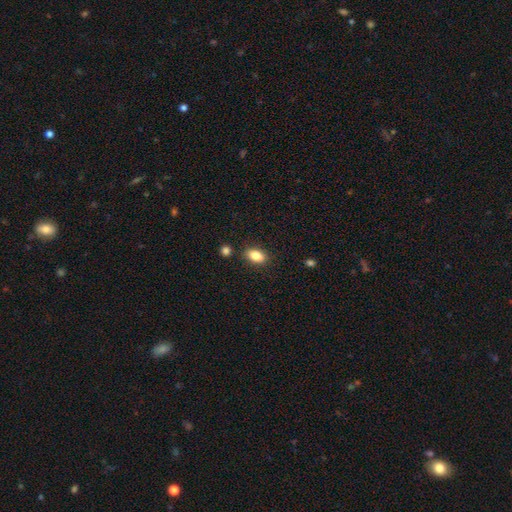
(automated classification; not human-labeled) This is clearly a smooth galaxy (83%). How rounded: clearly in between (85%). Merging: clearly none (85%).